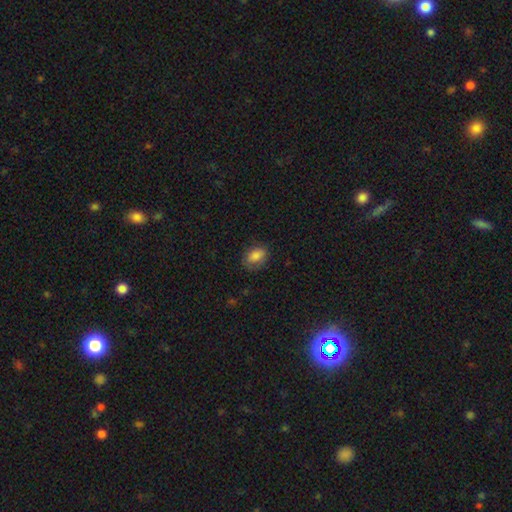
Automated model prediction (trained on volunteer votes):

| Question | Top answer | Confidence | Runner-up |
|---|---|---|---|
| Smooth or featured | smooth | 85% | star or artifact (8%) |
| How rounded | in between | 85% | round (13%) |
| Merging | none | 76% | minor disturbance (18%) |